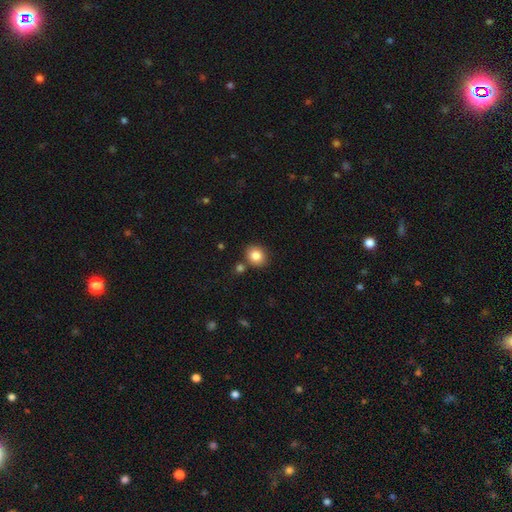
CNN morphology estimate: Smooth or featured? smooth (84%)
How rounded? round (66%)
Merging? none (79%)